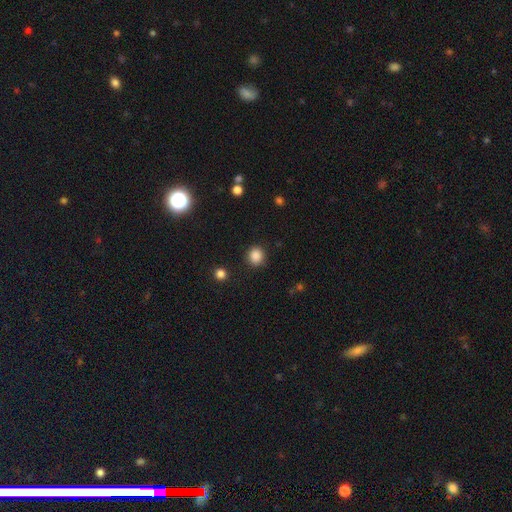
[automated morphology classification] smooth_or_featured: smooth (p=0.87) [alt: star or artifact p=0.10]
how_rounded: round (p=0.85) [alt: in between p=0.14]
merging: none (p=0.89) [alt: minor disturbance p=0.07]